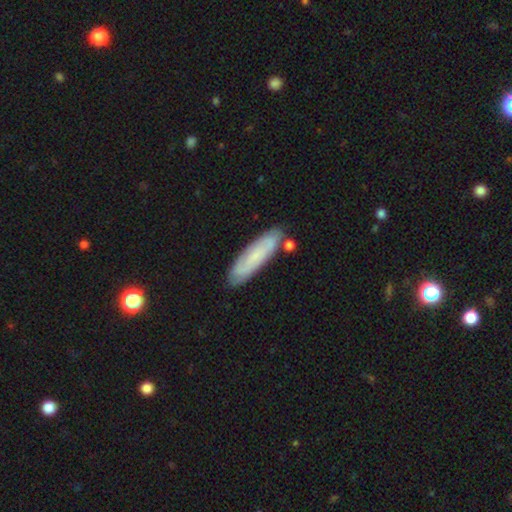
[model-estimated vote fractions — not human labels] The model was most divided on "smooth or featured": smooth: 54%, featured or disk: 38%, star or artifact: 7%. More confident: merging — none (80%); how rounded — cigar-shaped (68%).